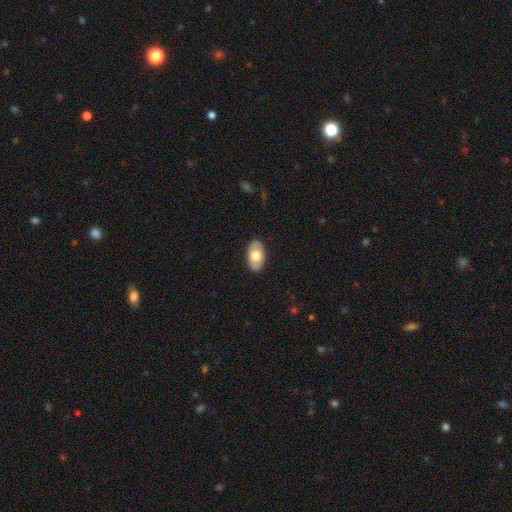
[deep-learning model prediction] This appears to be a smooth galaxy with no disk features (67%) that is in between round and cigar-shaped (93%). Merging: none (87%).